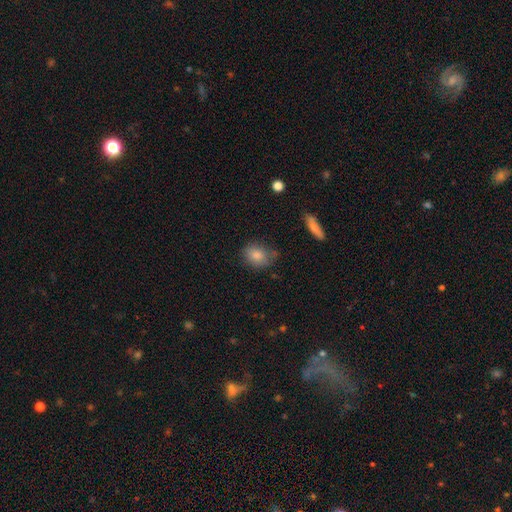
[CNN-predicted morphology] smooth-or-featured: smooth: 80% | star or artifact: 11% | featured or disk: 10%
  how-rounded: round: 50% | in between: 48% | cigar-shaped: 2%
  merging: none: 71% | minor disturbance: 21% | major disturbance: 5% | merger: 3%